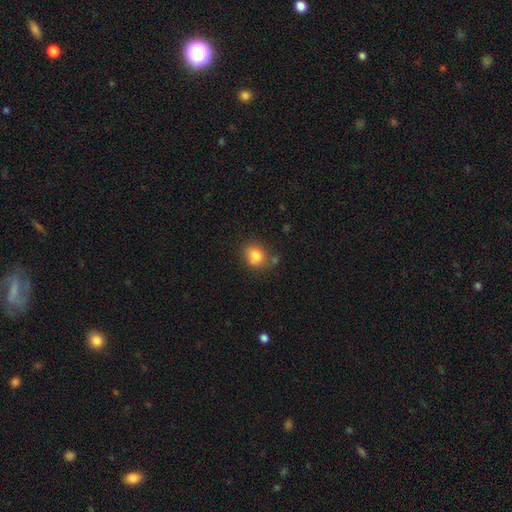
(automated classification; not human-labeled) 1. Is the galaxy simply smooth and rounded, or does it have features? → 81% smooth, 10% star or artifact, 9% featured or disk.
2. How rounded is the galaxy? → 60% round, 39% in between, 1% cigar-shaped.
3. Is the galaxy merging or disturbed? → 64% none, 19% minor disturbance, 12% merger, 5% major disturbance.